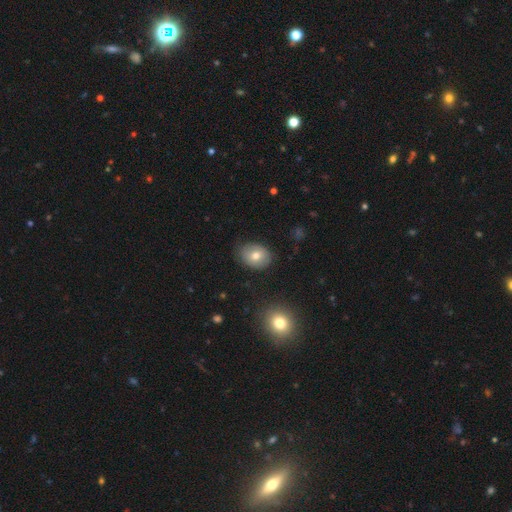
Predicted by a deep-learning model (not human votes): A smooth galaxy with no disk features (70%) that is in between round and cigar-shaped (58%).

Vote fractions:
- Smooth or featured? smooth: 70% / featured or disk: 21% / star or artifact: 9%
- How rounded? in between: 58% / round: 41% / cigar-shaped: 1%
- Merging? none: 79% / minor disturbance: 16% / major disturbance: 4% / merger: 1%